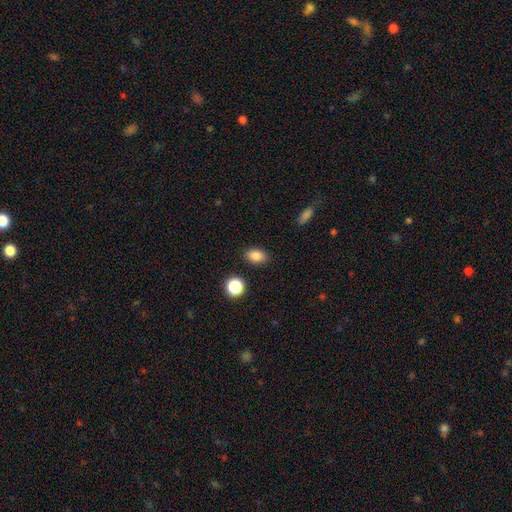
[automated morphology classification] Smooth or featured? Predicted: smooth (p=0.83). How rounded? Predicted: in between (p=0.80). Merging? Predicted: none (p=0.86).